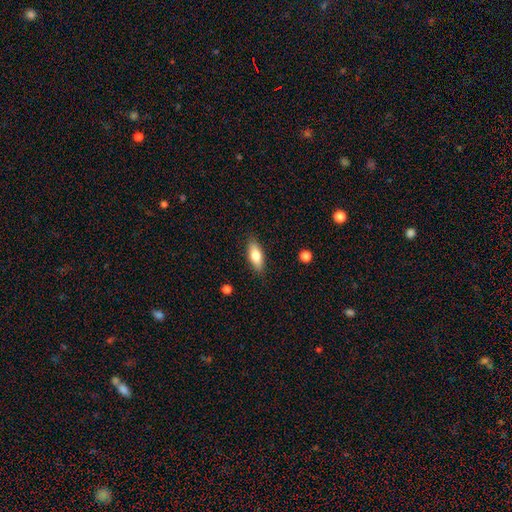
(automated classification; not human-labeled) Q: Smooth or featured?
A: smooth (75%); runner-up: featured or disk (19%)
Q: How rounded?
A: in between (76%); runner-up: cigar-shaped (21%)
Q: Merging?
A: none (86%); runner-up: minor disturbance (10%)